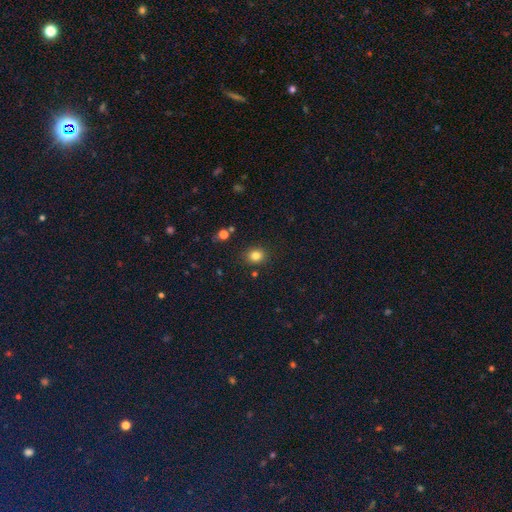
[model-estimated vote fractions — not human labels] A smooth galaxy with no disk features (81%) that is round (65%). Merging: none (86%).